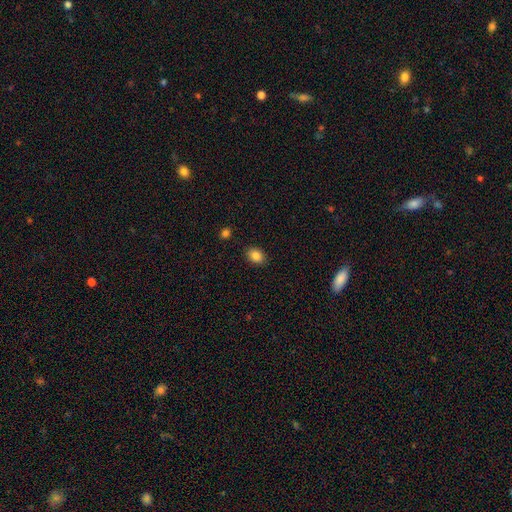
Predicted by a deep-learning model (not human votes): Smooth or featured? smooth (86%)
How rounded? in between (71%)
Merging? none (87%)